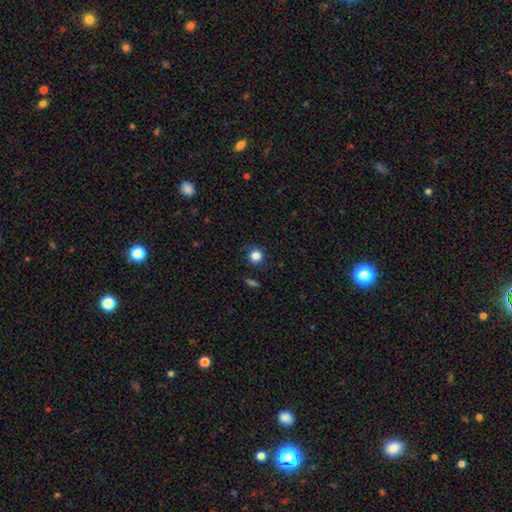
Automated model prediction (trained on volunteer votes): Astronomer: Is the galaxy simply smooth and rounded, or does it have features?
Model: smooth — 84%.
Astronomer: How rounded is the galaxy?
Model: round — 93%.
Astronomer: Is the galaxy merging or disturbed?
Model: none — 86%.